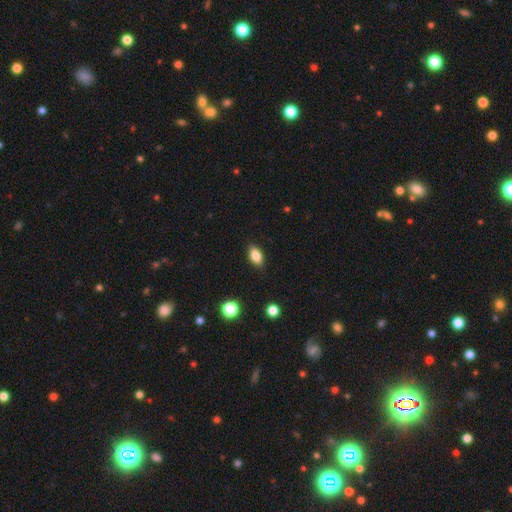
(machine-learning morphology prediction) Smooth or featured? Predicted: smooth (p=0.83). How rounded? Predicted: in between (p=0.86). Merging? Predicted: none (p=0.86).